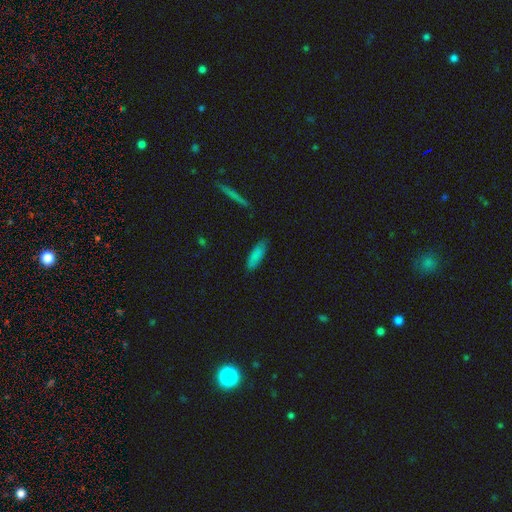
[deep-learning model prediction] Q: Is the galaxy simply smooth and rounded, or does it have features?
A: smooth — 85%.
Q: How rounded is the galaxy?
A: in between — 52%.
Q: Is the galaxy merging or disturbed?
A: none — 83%.